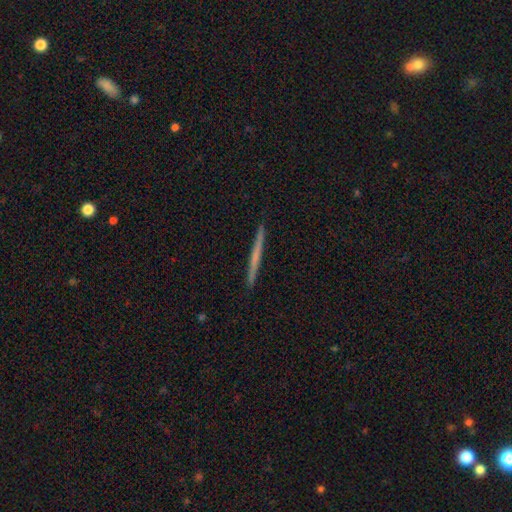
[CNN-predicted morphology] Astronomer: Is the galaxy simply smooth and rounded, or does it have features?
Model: featured or disk — 47%, tied with smooth at 47%.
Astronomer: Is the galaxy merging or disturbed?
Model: none — 93%.